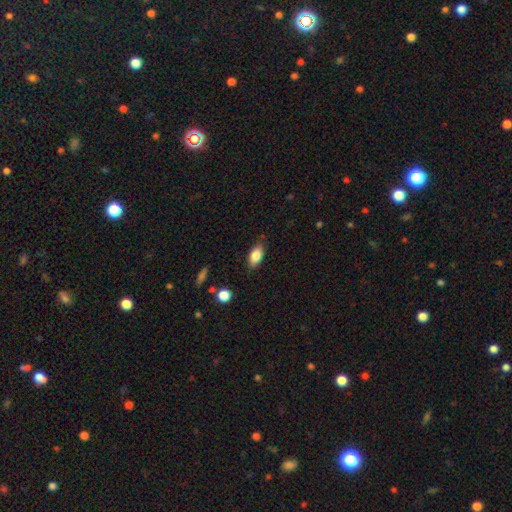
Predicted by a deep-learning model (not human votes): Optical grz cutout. It shows a smooth galaxy with no disk features (83%) that is in between round and cigar-shaped (88%). Merging: none (81%).